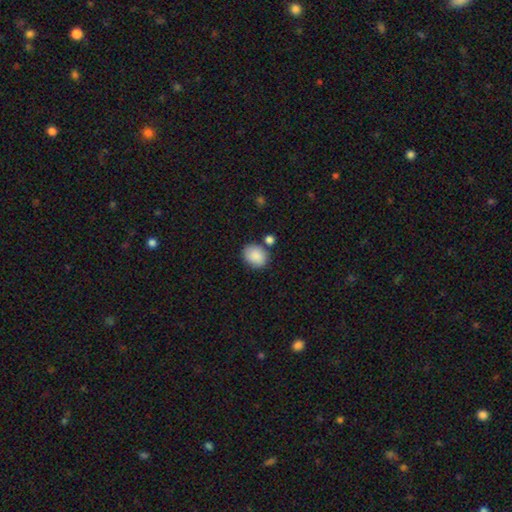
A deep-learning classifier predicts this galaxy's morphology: smooth 88%, star or artifact 8%, featured or disk 5%. Down the decision tree: how rounded — round (53%); merging — none (73%).